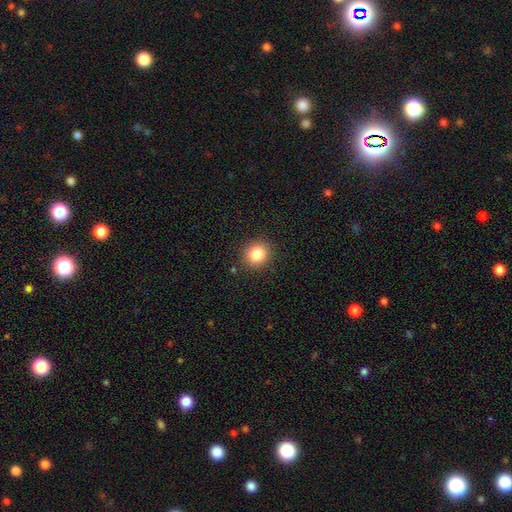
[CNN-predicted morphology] Q: Smooth or featured?
A: smooth (84%); runner-up: star or artifact (10%)
Q: How rounded?
A: round (82%); runner-up: in between (17%)
Q: Merging?
A: none (89%); runner-up: minor disturbance (8%)